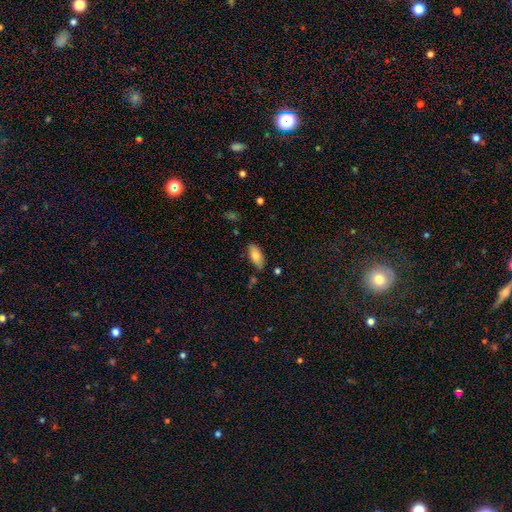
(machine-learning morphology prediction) Smooth or featured? Predicted: smooth (p=0.81). How rounded? Predicted: in between (p=0.88). Merging? Predicted: none (p=0.77).